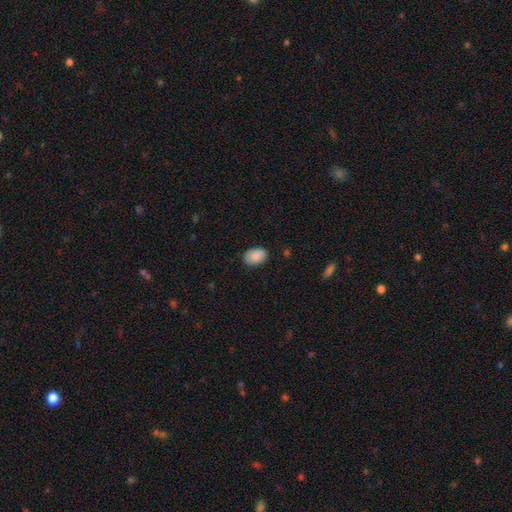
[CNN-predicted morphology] This appears to be a smooth galaxy with no disk features (89%) that is in between round and cigar-shaped (82%). Merging: none (83%).